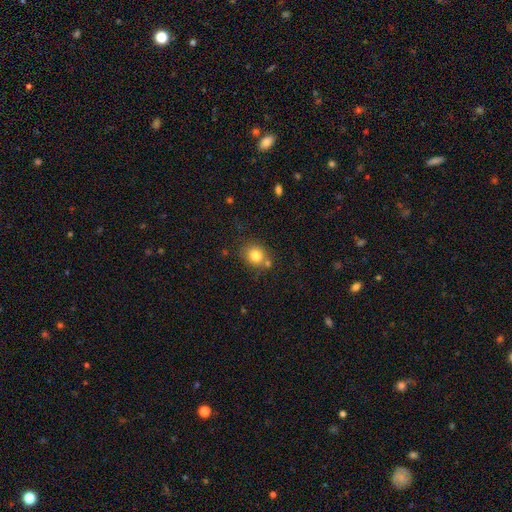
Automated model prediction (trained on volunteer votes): Overall: smooth (80%). How rounded: round (76%). Merging: none (68%).